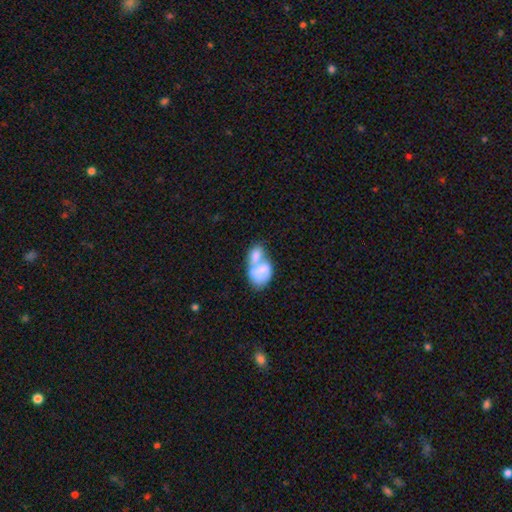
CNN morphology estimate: The model was most divided on "smooth or featured": smooth: 72%, featured or disk: 21%, star or artifact: 7%. More confident: how rounded — in between (82%); merging — merger (75%).